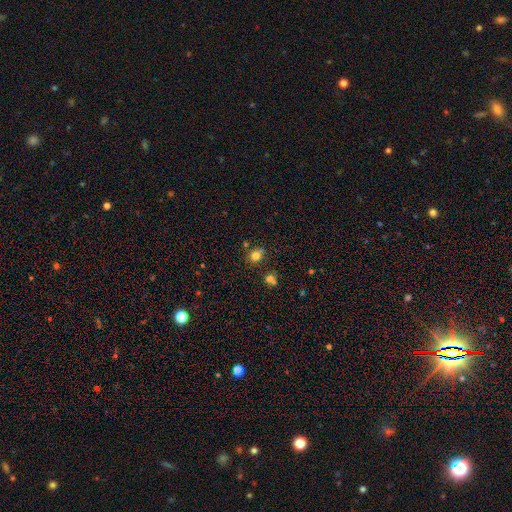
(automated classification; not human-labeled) A smooth galaxy with no disk features (76%) that is round (82%).

Vote fractions:
- Smooth or featured? smooth: 76% / star or artifact: 17% / featured or disk: 7%
- How rounded? round: 82% / in between: 18% / cigar-shaped: 1%
- Merging? none: 71% / merger: 14% / minor disturbance: 11% / major disturbance: 3%